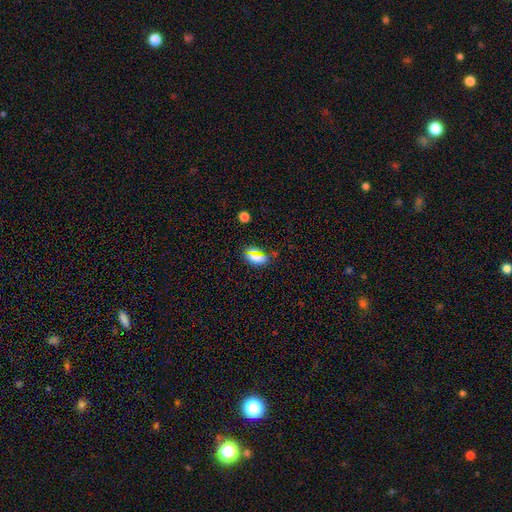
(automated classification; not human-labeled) This appears to be a smooth galaxy with no disk features (65%) that is in between round and cigar-shaped (76%). Merging: none (75%).